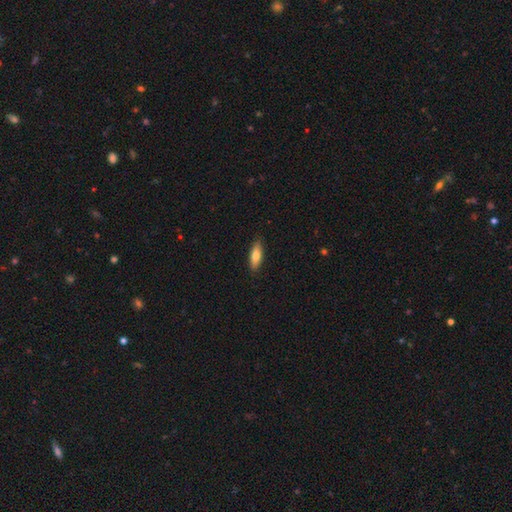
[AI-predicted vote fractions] smooth-or-featured: smooth: 71% | featured or disk: 23% | star or artifact: 6%
  how-rounded: in between: 54% | cigar-shaped: 44% | round: 2%
  merging: none: 89% | minor disturbance: 9% | major disturbance: 2% | merger: 1%